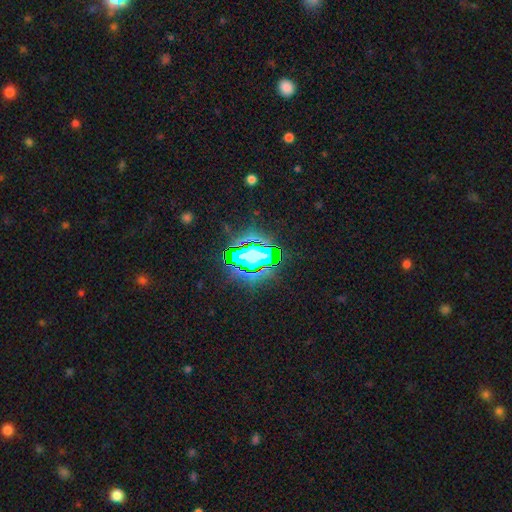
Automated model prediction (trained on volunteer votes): Smooth or featured? star or artifact (69%)